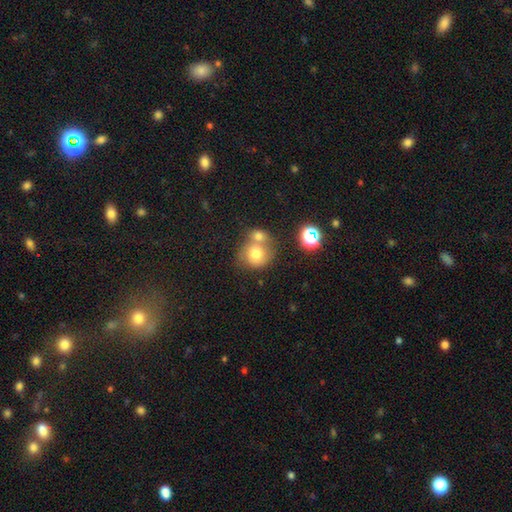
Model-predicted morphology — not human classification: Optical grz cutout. It shows a smooth galaxy with no disk features (71%) that is round (82%). Merging: merger (45%).